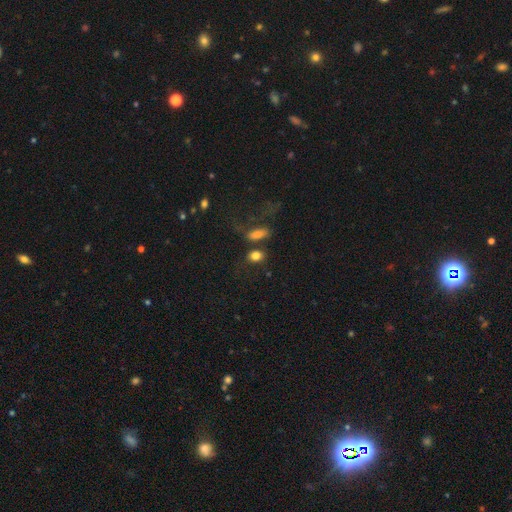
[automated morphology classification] Smooth or featured?
  - smooth: 84% *
  - star or artifact: 10%
  - featured or disk: 7%
How rounded?
  - in between: 66% *
  - round: 31%
  - cigar-shaped: 4%
Merging?
  - none: 59% *
  - merger: 18%
  - minor disturbance: 14%
  - major disturbance: 8%